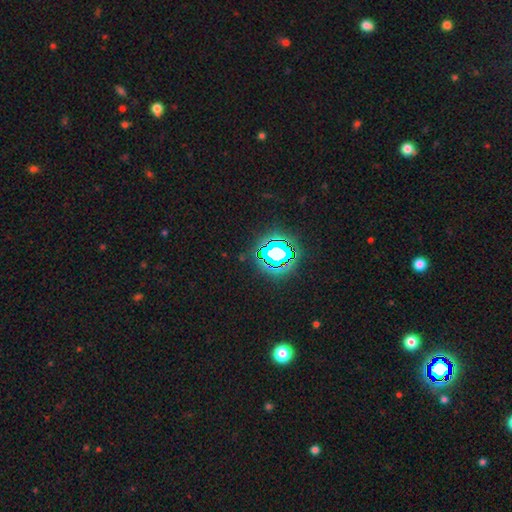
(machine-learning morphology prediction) The model was most divided on "smooth or featured": star or artifact: 82%, smooth: 12%, featured or disk: 6%.